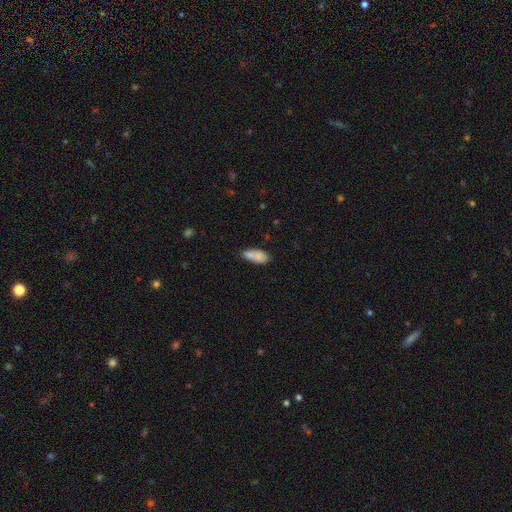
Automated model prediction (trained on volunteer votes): Smooth or featured? smooth (78%)
How rounded? in between (84%)
Merging? none (50%)